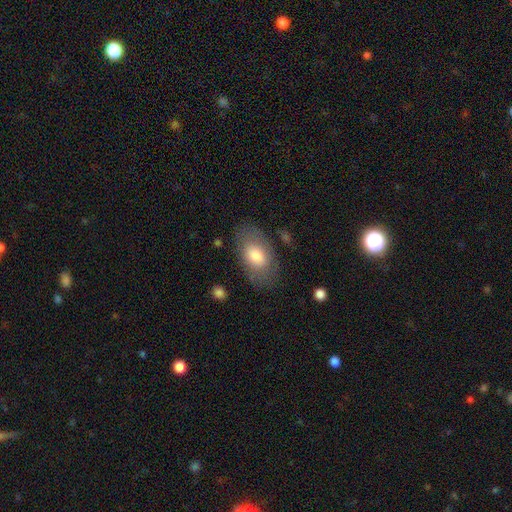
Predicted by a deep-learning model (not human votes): Smooth or featured?
  - smooth: 75% *
  - featured or disk: 19%
  - star or artifact: 6%
How rounded?
  - in between: 93% *
  - round: 6%
  - cigar-shaped: 2%
Merging?
  - none: 77% *
  - minor disturbance: 16%
  - major disturbance: 6%
  - merger: 2%